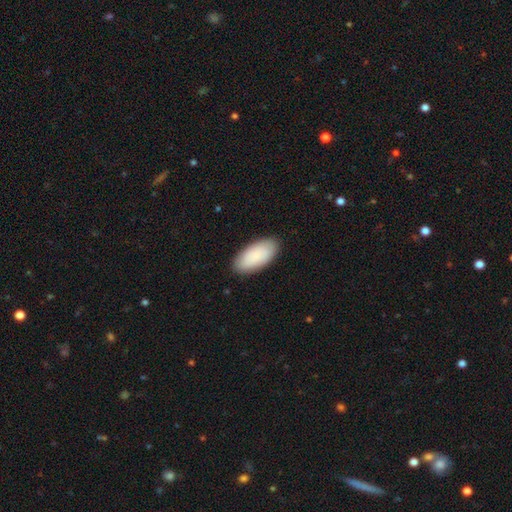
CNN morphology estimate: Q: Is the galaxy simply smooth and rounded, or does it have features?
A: smooth — 88%.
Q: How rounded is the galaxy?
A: in between — 94%.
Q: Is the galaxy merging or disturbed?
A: none — 89%.